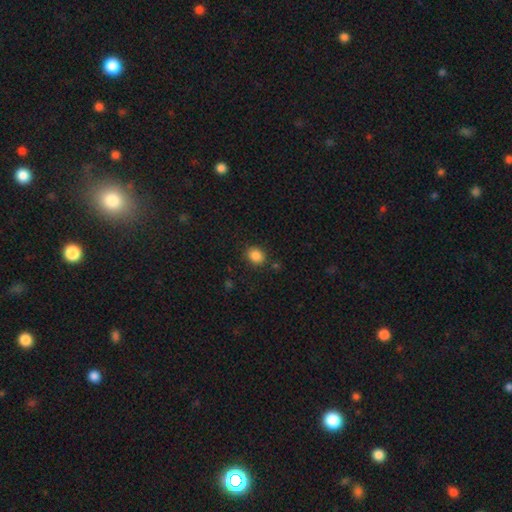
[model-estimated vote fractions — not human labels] Overall: smooth (86%). How rounded: round (54%; in between 45%). Merging: none (84%).